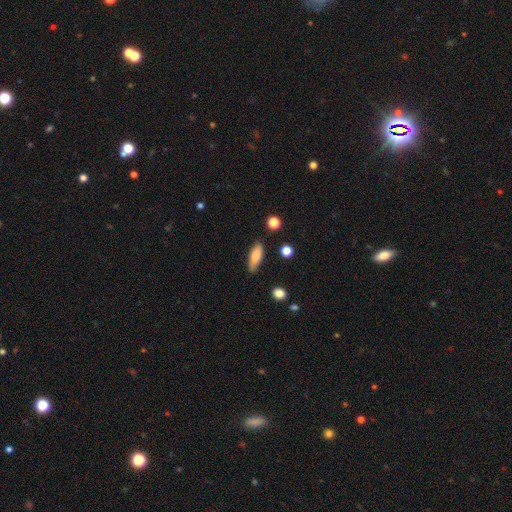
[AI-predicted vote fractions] Smooth or featured? Predicted: smooth (p=0.80). How rounded? Predicted: in between (p=0.66). Merging? Predicted: none (p=0.75).